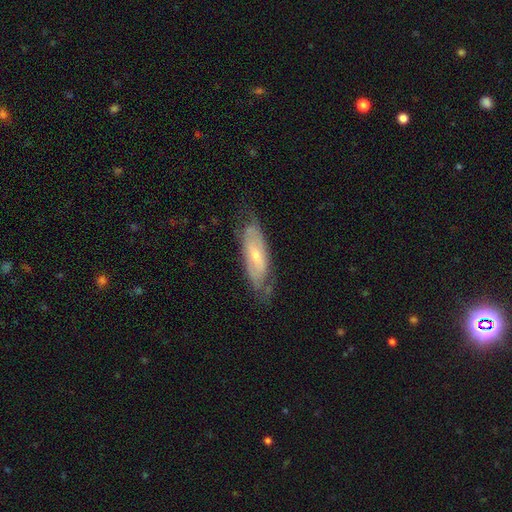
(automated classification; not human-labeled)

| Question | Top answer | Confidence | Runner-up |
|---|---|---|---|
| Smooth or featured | featured or disk | 64% | smooth (29%) |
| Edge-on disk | no | 77% | yes (23%) |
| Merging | none | 67% | minor disturbance (23%) |